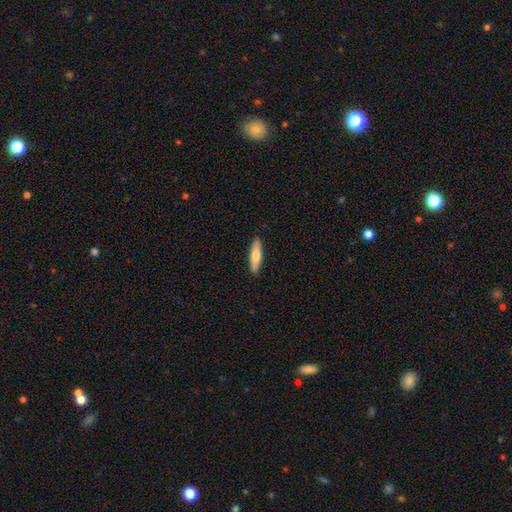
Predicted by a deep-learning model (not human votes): Q: Smooth or featured?
A: smooth (70%); runner-up: featured or disk (25%)
Q: How rounded?
A: cigar-shaped (72%); runner-up: in between (26%)
Q: Merging?
A: none (90%); runner-up: minor disturbance (8%)